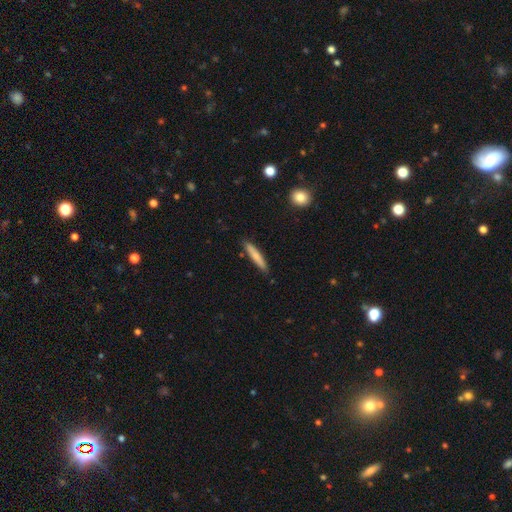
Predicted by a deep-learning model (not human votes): This is likely a smooth galaxy (73%). How rounded: clearly cigar-shaped (91%). Merging: clearly none (85%).